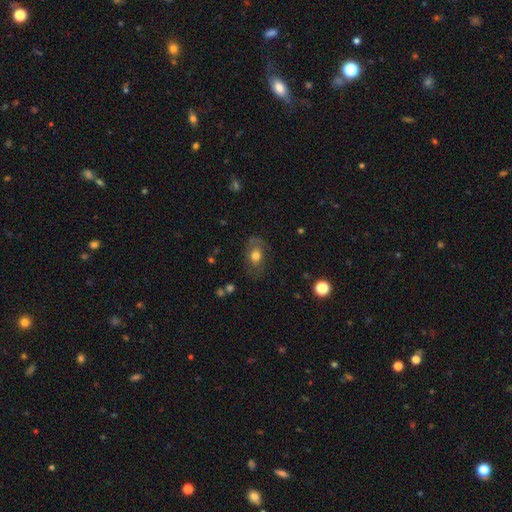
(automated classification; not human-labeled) Smooth or featured? Predicted: smooth (p=0.63). How rounded? Predicted: in between (p=0.75). Merging? Predicted: none (p=0.70).